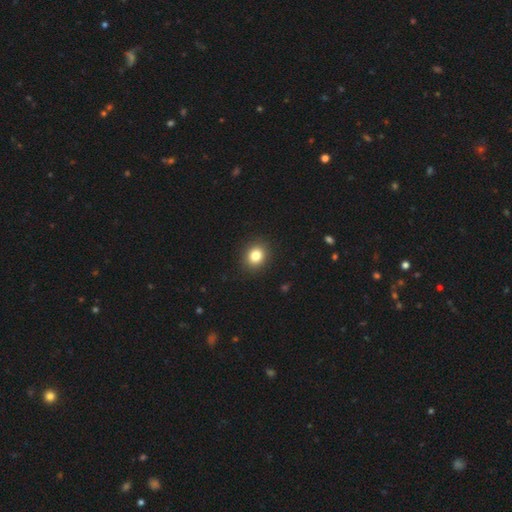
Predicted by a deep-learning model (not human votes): Smooth or featured? Predicted: smooth (p=0.83). How rounded? Predicted: round (p=0.70). Merging? Predicted: none (p=0.91).